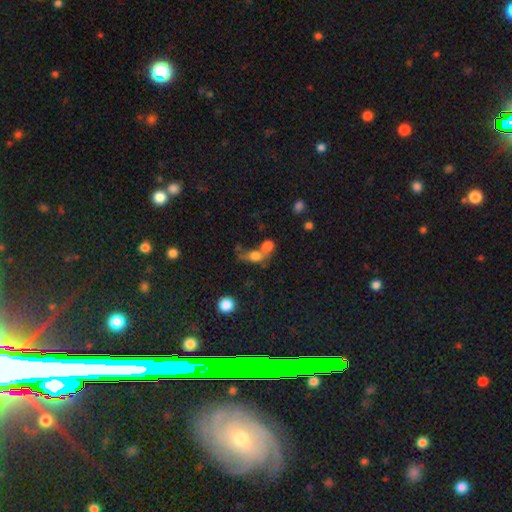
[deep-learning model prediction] smooth-or-featured: smooth: 68% | featured or disk: 18% | star or artifact: 14%
  how-rounded: in between: 59% | round: 35% | cigar-shaped: 6%
  merging: merger: 60% | none: 22% | minor disturbance: 9% | major disturbance: 9%